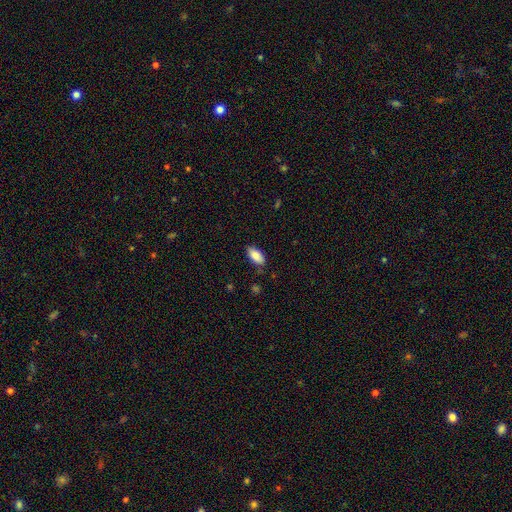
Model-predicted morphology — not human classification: A smooth galaxy with no disk features (88%) that is in between round and cigar-shaped (92%). Merging: none (81%).